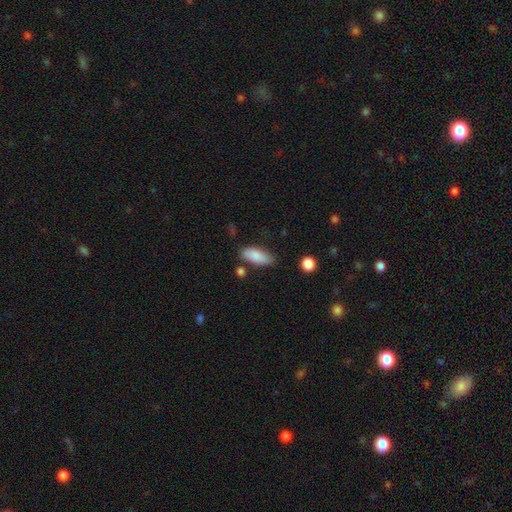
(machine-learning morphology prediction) Smooth or featured? smooth (85%)
How rounded? in between (81%)
Merging? none (70%)